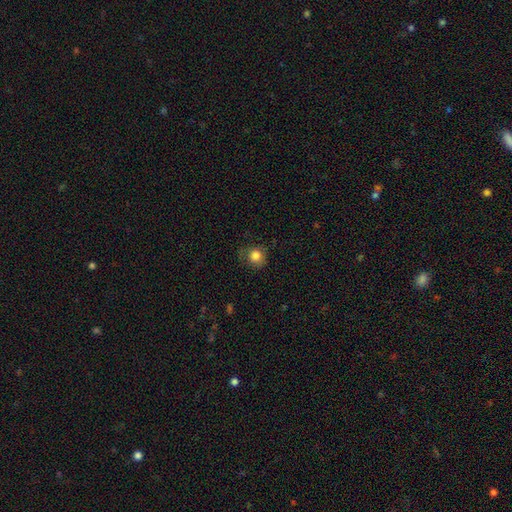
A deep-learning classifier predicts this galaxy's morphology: Overall: smooth (82%). How rounded: round (88%). Merging: none (75%).